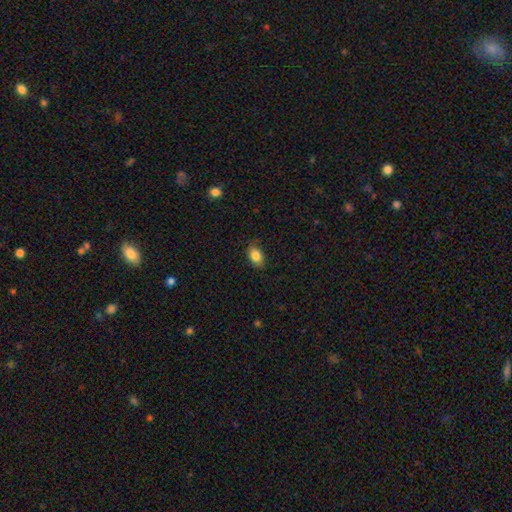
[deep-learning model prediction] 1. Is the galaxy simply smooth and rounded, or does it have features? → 84% smooth, 8% star or artifact, 8% featured or disk.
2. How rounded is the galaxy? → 84% in between, 14% round, 2% cigar-shaped.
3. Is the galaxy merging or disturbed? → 80% none, 16% minor disturbance, 3% major disturbance, 1% merger.